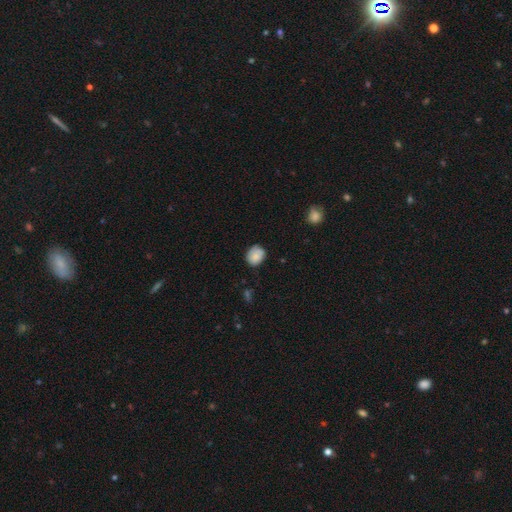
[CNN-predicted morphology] This appears to be a smooth galaxy with no disk features (80%) that is round (62%). Merging: none (67%).